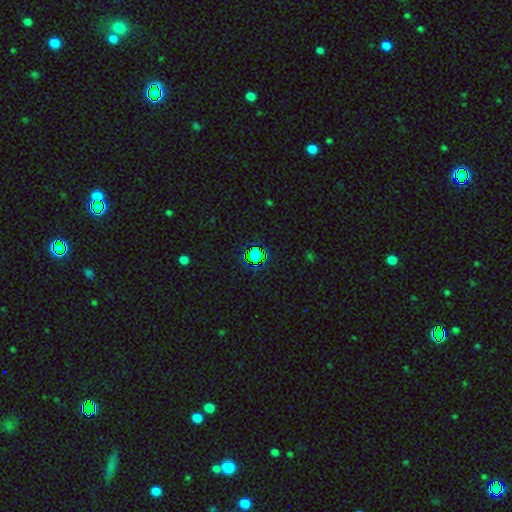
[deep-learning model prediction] Q: Smooth or featured?
A: star or artifact (72%); runner-up: smooth (18%)